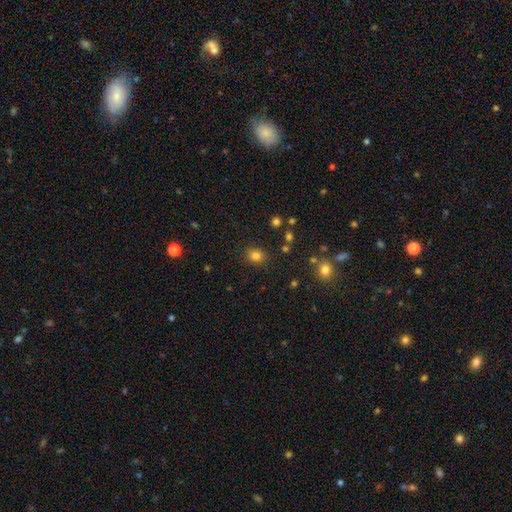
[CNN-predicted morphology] The model was most divided on "how rounded": round: 59%, in between: 40%, cigar-shaped: 1%. More confident: merging — none (85%); smooth or featured — smooth (81%).